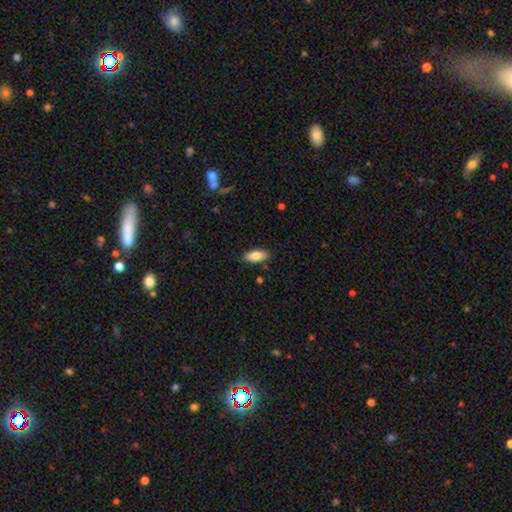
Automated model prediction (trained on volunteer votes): Smooth or featured? Predicted: smooth (p=0.85). How rounded? Predicted: in between (p=0.83). Merging? Predicted: none (p=0.85).